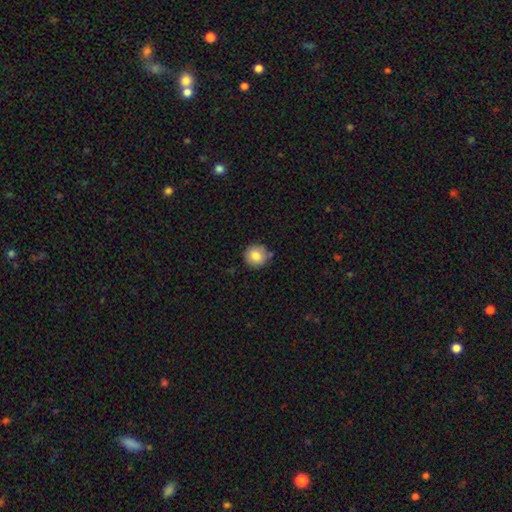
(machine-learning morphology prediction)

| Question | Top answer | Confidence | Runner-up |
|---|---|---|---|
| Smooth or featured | smooth | 83% | star or artifact (9%) |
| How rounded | round | 93% | in between (6%) |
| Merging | none | 82% | minor disturbance (12%) |